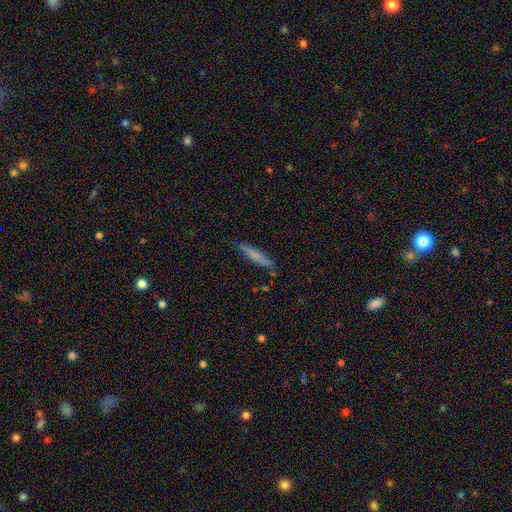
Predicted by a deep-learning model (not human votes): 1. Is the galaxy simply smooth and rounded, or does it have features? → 70% smooth, 24% featured or disk, 6% star or artifact.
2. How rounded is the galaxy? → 93% cigar-shaped, 6% in between, 1% round.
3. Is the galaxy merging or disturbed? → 84% none, 12% minor disturbance, 2% major disturbance, 2% merger.